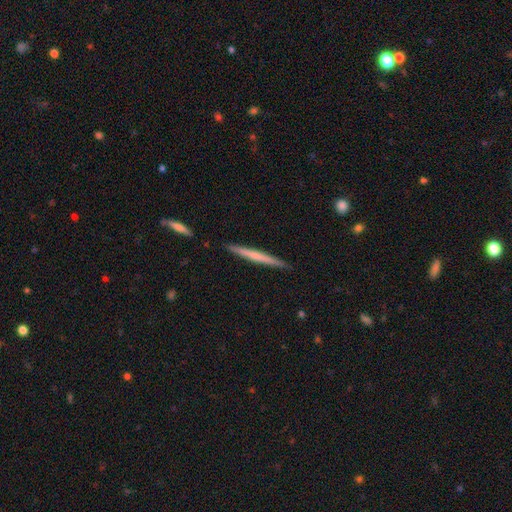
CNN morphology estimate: Smooth or featured? smooth (51%)
How rounded? cigar-shaped (97%)
Merging? none (91%)